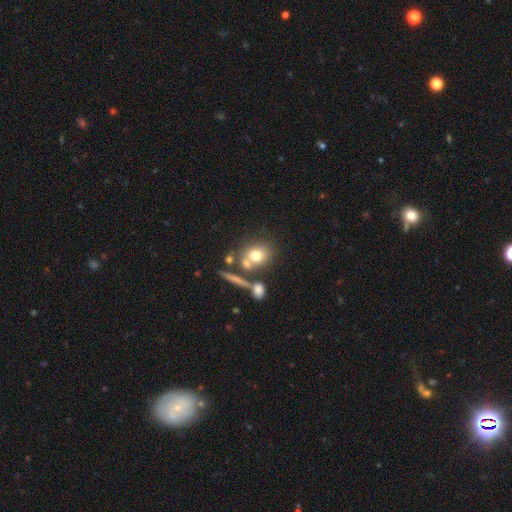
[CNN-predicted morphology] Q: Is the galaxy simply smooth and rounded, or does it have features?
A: smooth — 69%.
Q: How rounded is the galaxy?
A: round — 65%.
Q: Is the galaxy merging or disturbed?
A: none — 52%.